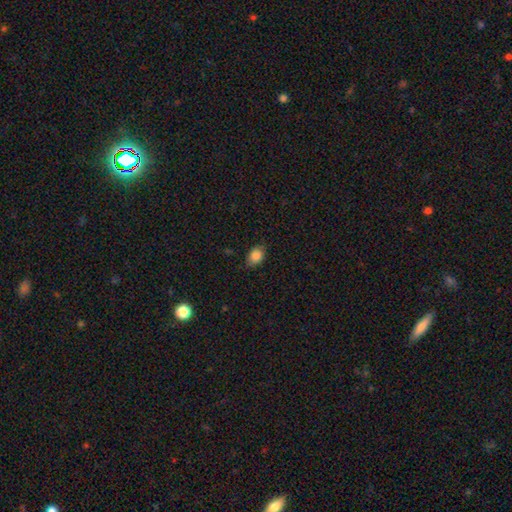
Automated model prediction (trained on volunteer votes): This appears to be a smooth galaxy with no disk features (86%) that is in between round and cigar-shaped (73%). Merging: none (79%).